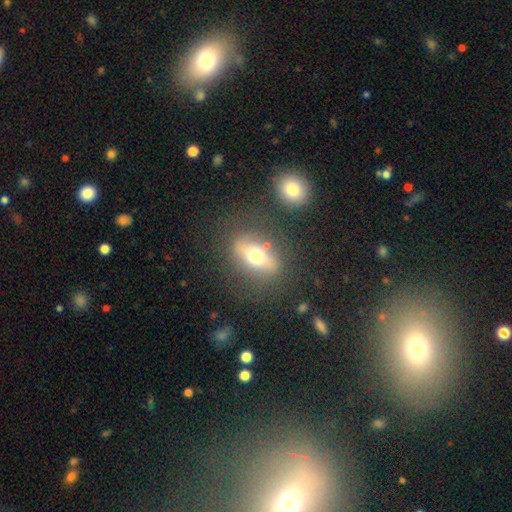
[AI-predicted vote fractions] A smooth galaxy with no disk features (58%) that is in between round and cigar-shaped (71%). Merging: none (76%).